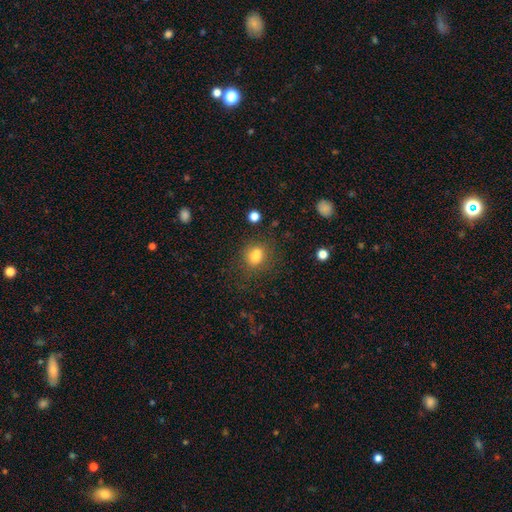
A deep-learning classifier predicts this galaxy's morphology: A smooth galaxy with no disk features (74%) that is round (50%). Merging: none (56%).